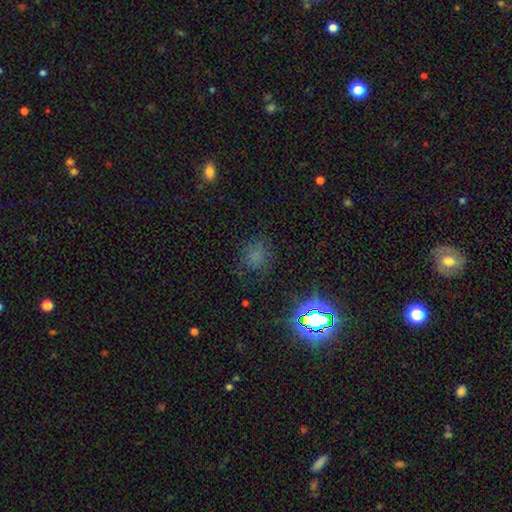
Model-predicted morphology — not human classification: The model was most divided on "smooth or featured": smooth: 57%, star or artifact: 34%, featured or disk: 8%. More confident: merging — none (74%); how rounded — round (70%).